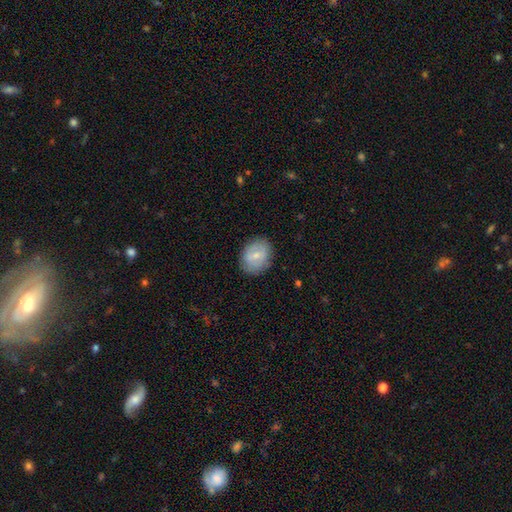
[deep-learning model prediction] smooth_or_featured: smooth (p=0.65) [alt: featured or disk p=0.28]
how_rounded: in between (p=0.58) [alt: round p=0.41]
merging: none (p=0.81) [alt: minor disturbance p=0.14]